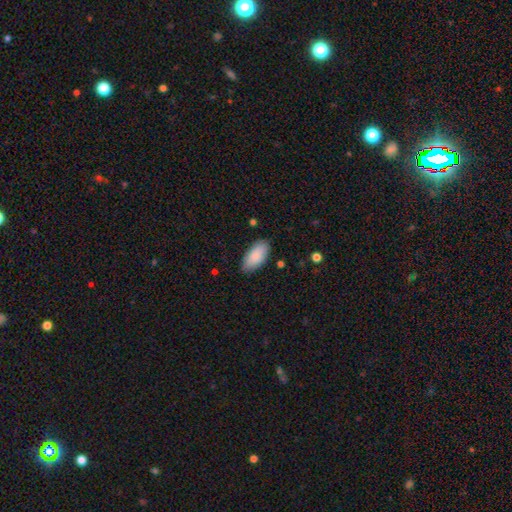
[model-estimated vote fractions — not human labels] A smooth galaxy with no disk features (87%) that is in between round and cigar-shaped (93%).

Vote fractions:
- Smooth or featured? smooth: 87% / featured or disk: 7% / star or artifact: 6%
- How rounded? in between: 93% / cigar-shaped: 5% / round: 2%
- Merging? none: 84% / minor disturbance: 13% / major disturbance: 2% / merger: 1%